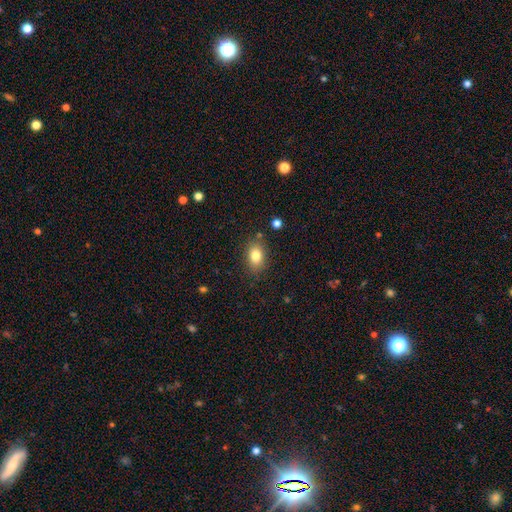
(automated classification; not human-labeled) smooth-or-featured: smooth: 82% | star or artifact: 9% | featured or disk: 9%
  how-rounded: in between: 77% | round: 21% | cigar-shaped: 1%
  merging: none: 82% | minor disturbance: 12% | major disturbance: 3% | merger: 3%